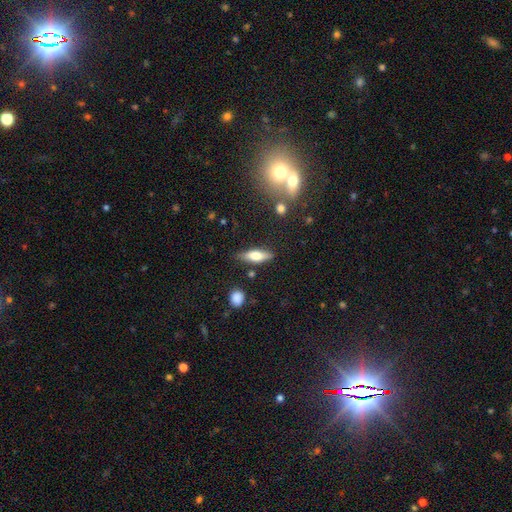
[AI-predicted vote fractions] This appears to be a smooth galaxy with no disk features (57%) that is in between round and cigar-shaped (50%). Merging: none (81%).